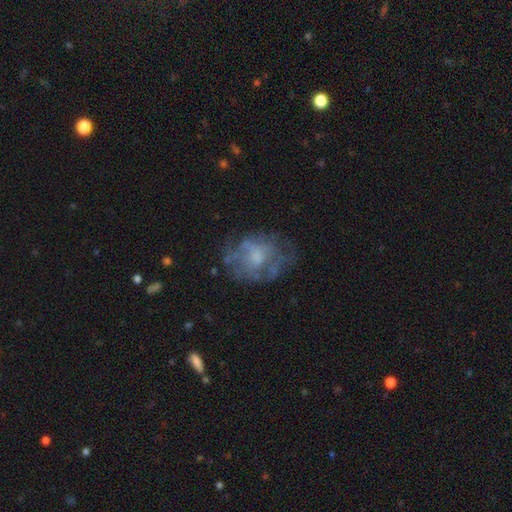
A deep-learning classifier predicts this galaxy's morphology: A featured or disk galaxy (51%).

Vote fractions:
- Smooth or featured? featured or disk: 51% / smooth: 37% / star or artifact: 12%
- Edge-on disk? no: 97% / yes: 3%
- Merging? none: 56% / minor disturbance: 22% / major disturbance: 20% / merger: 3%